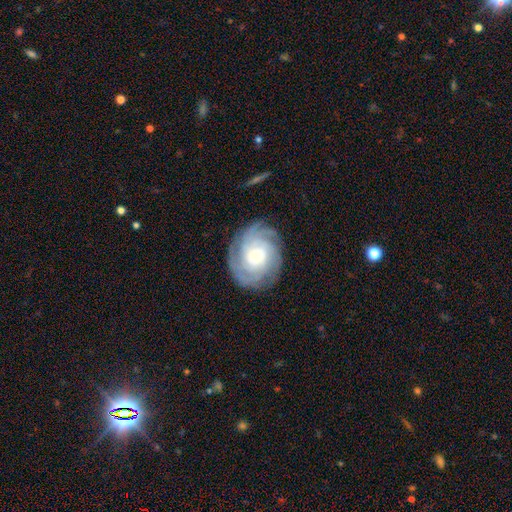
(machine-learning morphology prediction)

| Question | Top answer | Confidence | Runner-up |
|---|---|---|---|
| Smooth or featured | featured or disk | 84% | smooth (10%) |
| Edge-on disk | no | 97% | yes (3%) |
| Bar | no | 69% | weak (24%) |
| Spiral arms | yes | 97% | no (3%) |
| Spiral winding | tight | 76% | medium (21%) |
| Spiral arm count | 4 | 26% | can't tell (25%) |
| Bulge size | small | 56% | moderate (34%) |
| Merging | none | 81% | minor disturbance (13%) |